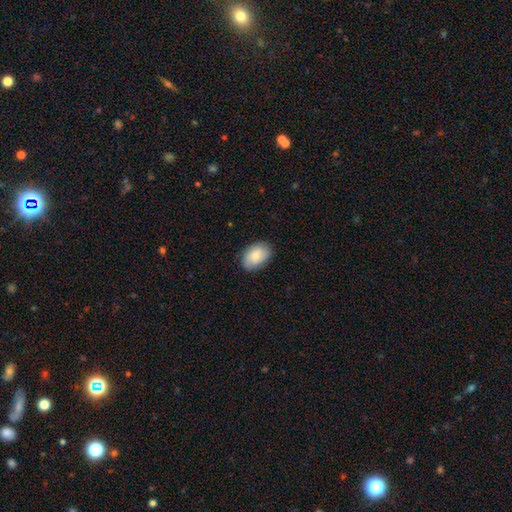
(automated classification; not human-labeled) Smooth or featured: smooth — 78% (featured or disk — 16%)
How rounded: in between — 87% (round — 12%)
Merging: none — 83% (minor disturbance — 14%)